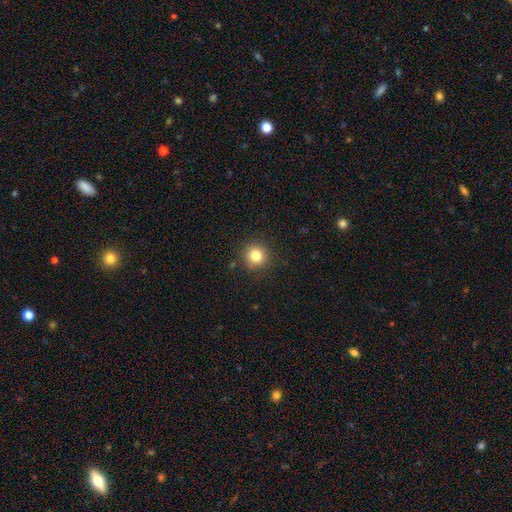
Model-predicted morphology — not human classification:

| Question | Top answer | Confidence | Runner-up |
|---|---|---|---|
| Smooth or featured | smooth | 81% | star or artifact (12%) |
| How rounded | round | 93% | in between (6%) |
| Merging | none | 90% | minor disturbance (6%) |